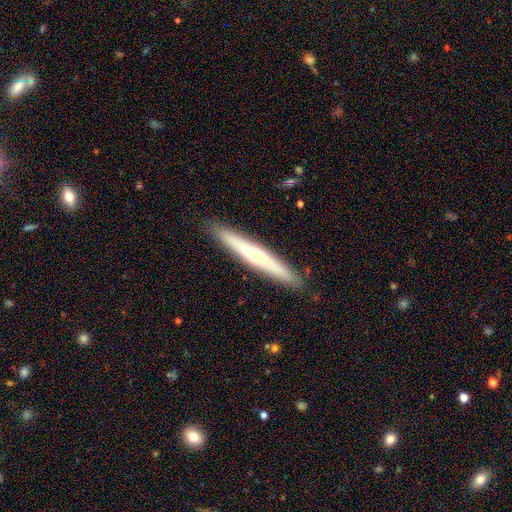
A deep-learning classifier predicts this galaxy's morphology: smooth-or-featured: featured or disk: 54% | smooth: 40% | star or artifact: 6%
  disk-edge-on: yes: 92% | no: 8%
  merging: none: 90% | minor disturbance: 8% | major disturbance: 1% | merger: 1%